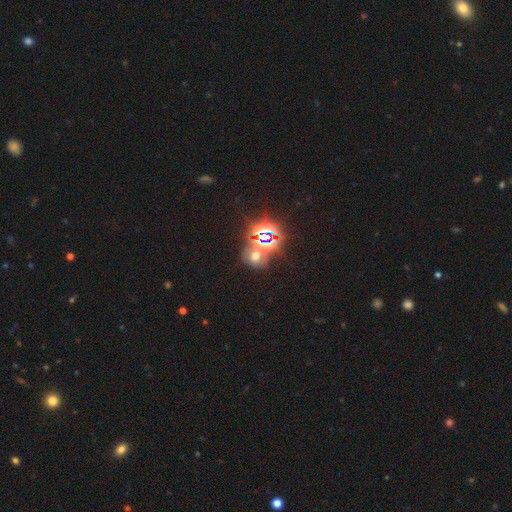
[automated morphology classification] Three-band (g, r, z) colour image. It shows a star or artifact, not a galaxy (51%).